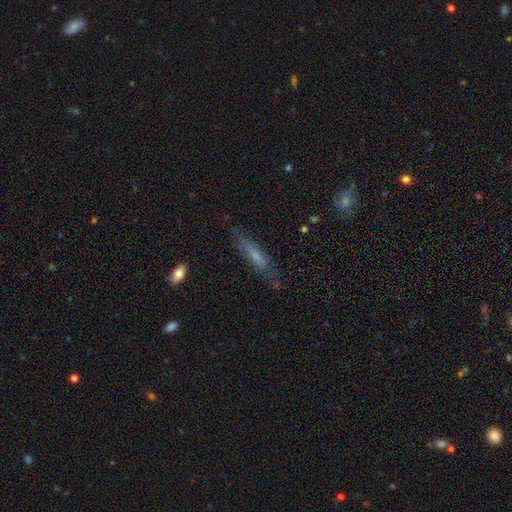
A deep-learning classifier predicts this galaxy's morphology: type=smooth (51%); roundness=cigar-shaped (78%); merging=none (70%).